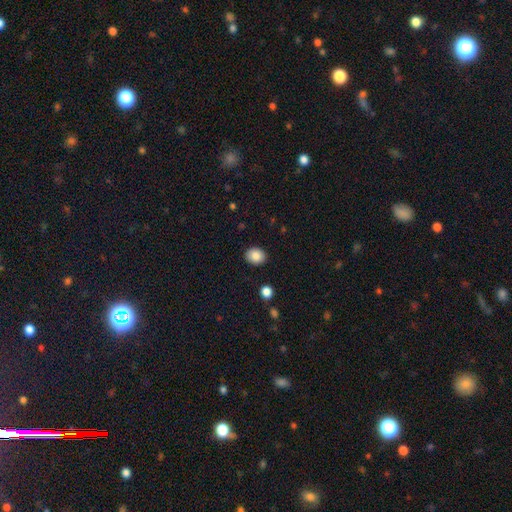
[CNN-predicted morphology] Q: Smooth or featured?
A: smooth (85%); runner-up: star or artifact (8%)
Q: How rounded?
A: in between (52%); runner-up: round (47%)
Q: Merging?
A: none (89%); runner-up: minor disturbance (7%)